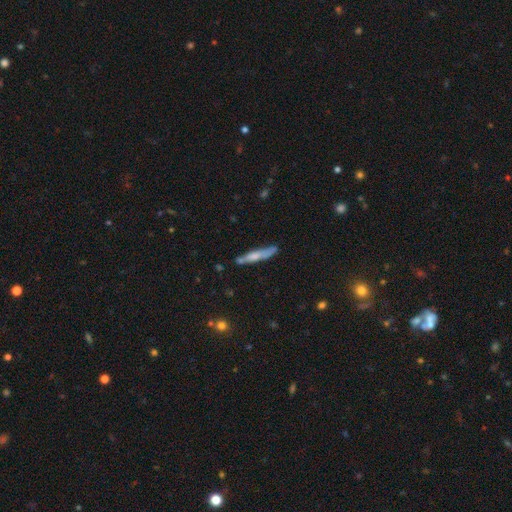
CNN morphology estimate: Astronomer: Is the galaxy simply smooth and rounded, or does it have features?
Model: smooth — 58% (runner-up: featured or disk, 35%).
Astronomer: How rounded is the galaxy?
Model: cigar-shaped — 92%.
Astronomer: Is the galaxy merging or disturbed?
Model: none — 67%.